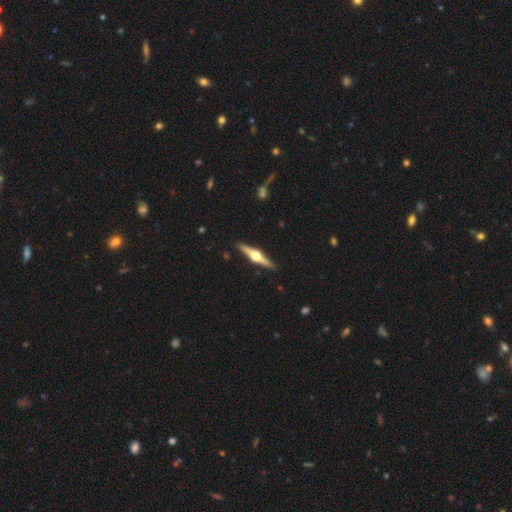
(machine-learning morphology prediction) The model was most divided on "smooth or featured": featured or disk: 82%, smooth: 14%, star or artifact: 4%. More confident: edge-on disk — yes (98%); edge-on bulge — rounded (97%); merging — none (92%).